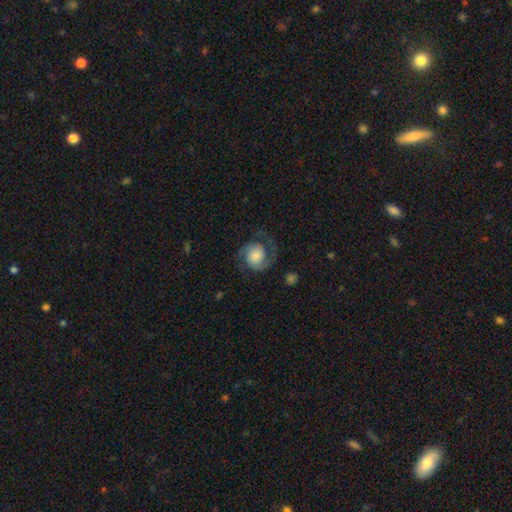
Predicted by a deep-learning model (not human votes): Smooth or featured? Predicted: featured or disk (p=0.80). Edge-on disk? Predicted: no (p=0.98). Bar? Predicted: no (p=0.73). Spiral arms? Predicted: yes (p=0.96). Spiral winding? Predicted: medium (p=0.50). Spiral arm count? Predicted: 2 (p=0.91). Bulge size? Predicted: large (p=0.39). Merging? Predicted: none (p=0.74).